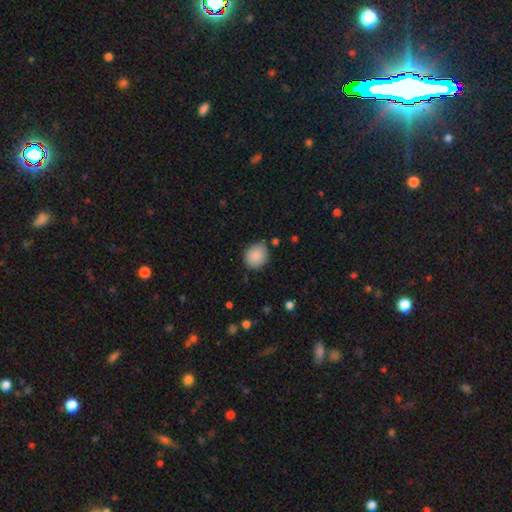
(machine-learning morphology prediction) Smooth or featured?
  - smooth: 88% *
  - star or artifact: 8%
  - featured or disk: 4%
How rounded?
  - round: 65% *
  - in between: 34%
  - cigar-shaped: 1%
Merging?
  - none: 75% *
  - minor disturbance: 19%
  - major disturbance: 3%
  - merger: 2%